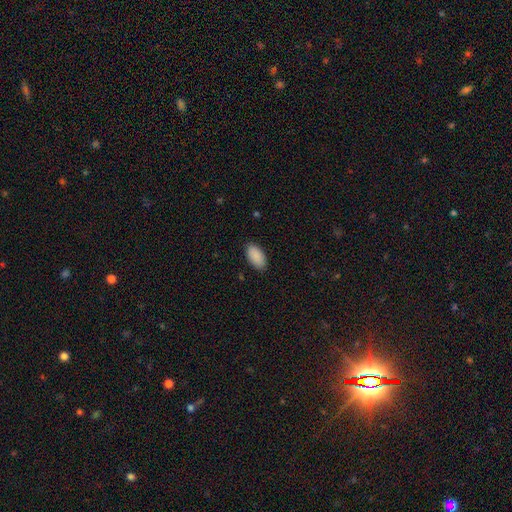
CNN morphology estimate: smooth_or_featured: smooth (p=0.90) [alt: star or artifact p=0.06]
how_rounded: in between (p=0.95) [alt: cigar-shaped p=0.03]
merging: none (p=0.87) [alt: minor disturbance p=0.10]